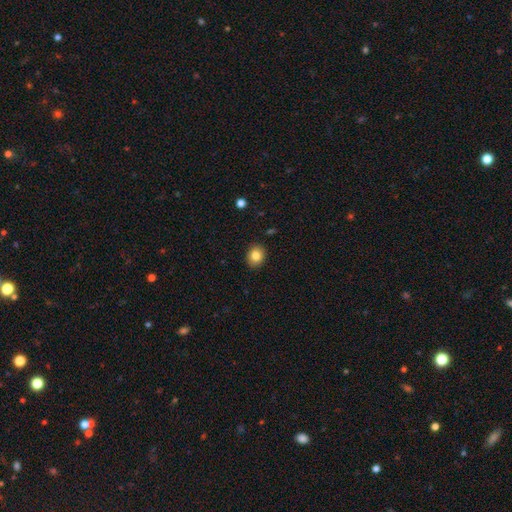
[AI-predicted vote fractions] Smooth or featured: smooth — 82% (star or artifact — 10%)
How rounded: round — 66% (in between — 34%)
Merging: none — 90% (minor disturbance — 7%)